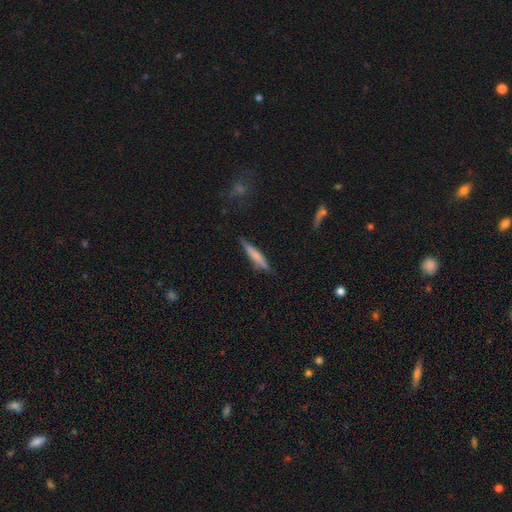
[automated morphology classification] type=smooth (66%); roundness=cigar-shaped (89%); merging=none (75%).